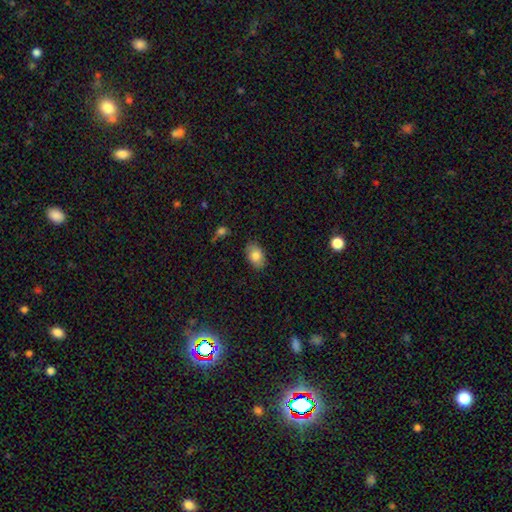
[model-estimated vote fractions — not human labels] Smooth or featured? smooth (83%)
How rounded? in between (89%)
Merging? none (85%)